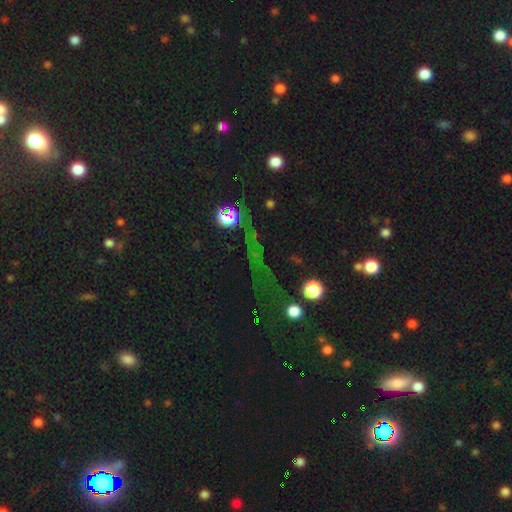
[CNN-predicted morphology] Overall: star or artifact (66%).